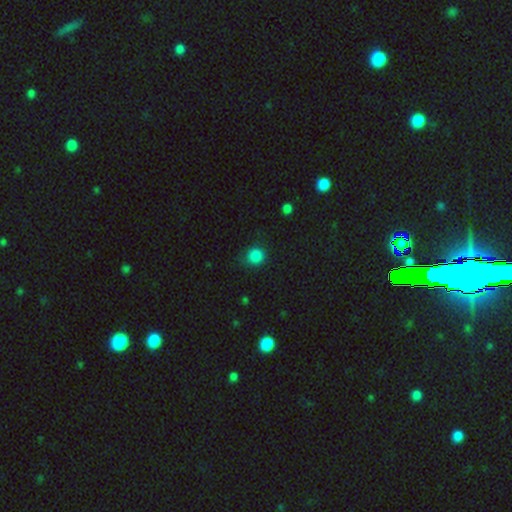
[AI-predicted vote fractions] smooth_or_featured: smooth (p=0.85) [alt: star or artifact p=0.11]
how_rounded: round (p=0.88) [alt: in between p=0.11]
merging: none (p=0.81) [alt: minor disturbance p=0.15]